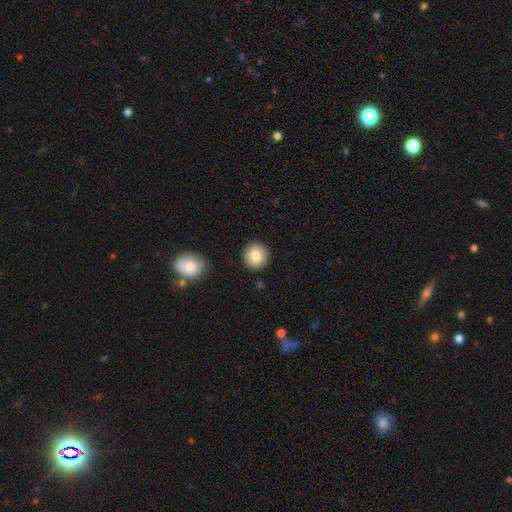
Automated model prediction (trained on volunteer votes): Morphology: type=smooth (84%); roundness=round (92%); merging=none (90%).